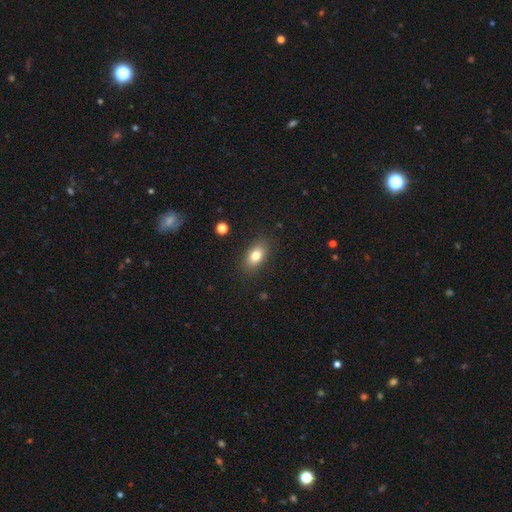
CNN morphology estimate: type=smooth (78%); roundness=in between (85%); merging=none (86%).